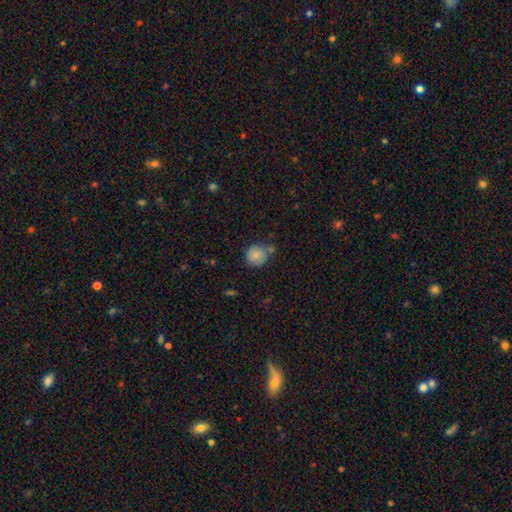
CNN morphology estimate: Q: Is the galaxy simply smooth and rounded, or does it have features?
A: smooth — 81%.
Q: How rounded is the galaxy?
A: round — 87%.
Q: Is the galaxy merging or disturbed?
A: none — 59%.